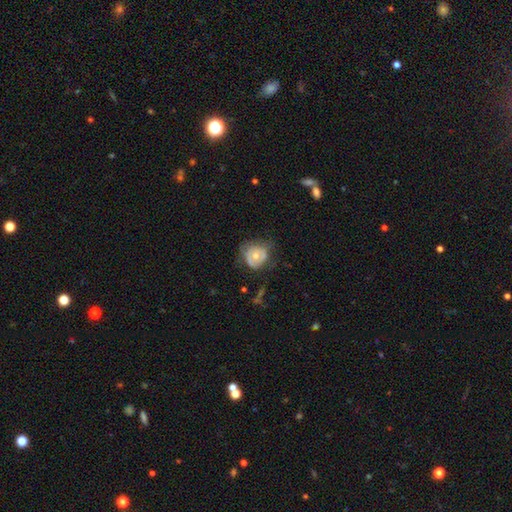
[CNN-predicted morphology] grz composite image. It shows a smooth galaxy with no disk features (52%) that is round (72%). Merging: none (43%).